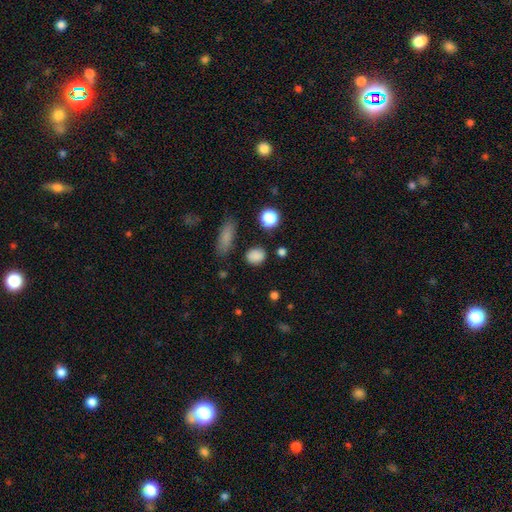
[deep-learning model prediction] Q: Smooth or featured?
A: smooth (83%); runner-up: star or artifact (12%)
Q: How rounded?
A: round (58%); runner-up: in between (39%)
Q: Merging?
A: none (80%); runner-up: minor disturbance (13%)